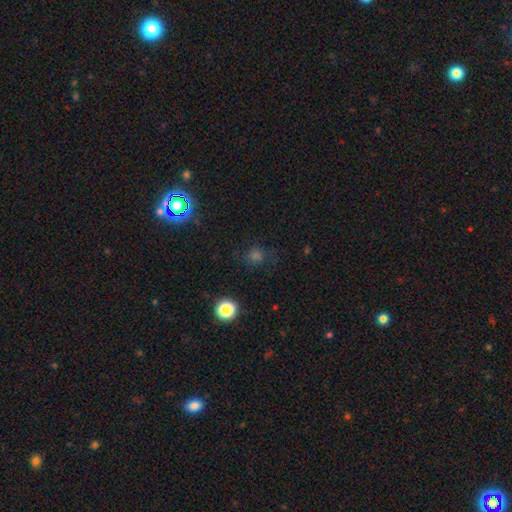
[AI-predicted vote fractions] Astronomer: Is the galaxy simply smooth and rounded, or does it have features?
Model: smooth — 52% (runner-up: star or artifact, 38%).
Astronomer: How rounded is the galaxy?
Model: round — 83%.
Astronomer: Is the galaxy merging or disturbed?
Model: none — 75%.